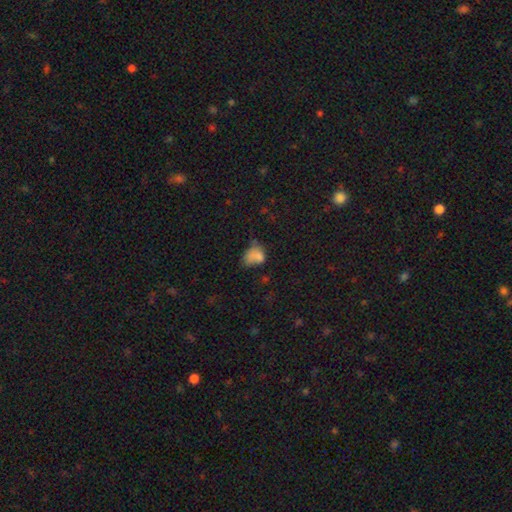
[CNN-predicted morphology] type=smooth (74%); roundness=in between (70%); merging=minor disturbance (32%).